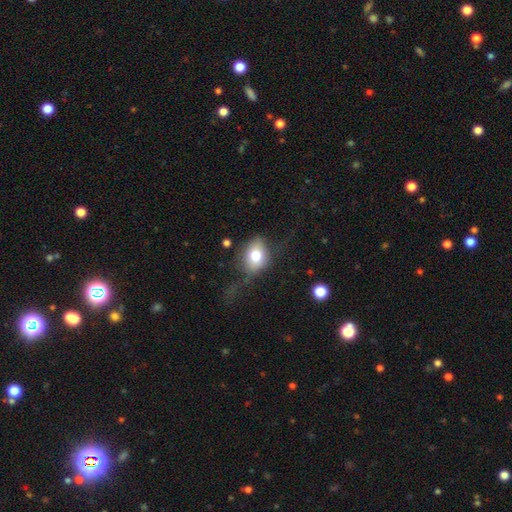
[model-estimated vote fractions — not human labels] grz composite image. It shows a smooth galaxy with no disk features (69%) that is in between round and cigar-shaped (54%). Merging: none (54%).